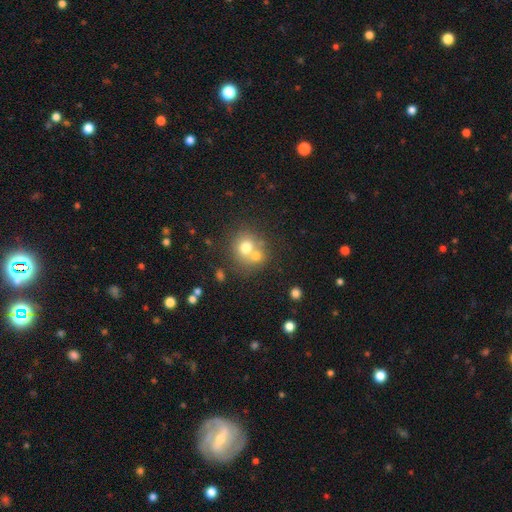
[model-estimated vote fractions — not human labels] This appears to be a smooth galaxy with no disk features (69%) that is round (78%). Merging: merger (49%).